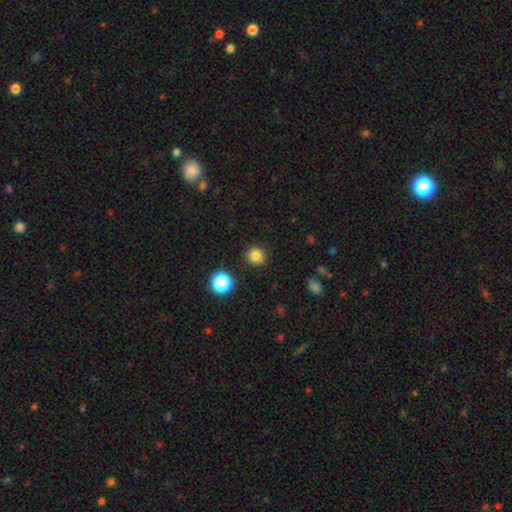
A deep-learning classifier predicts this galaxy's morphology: Overall: smooth (82%). How rounded: round (89%). Merging: none (88%).